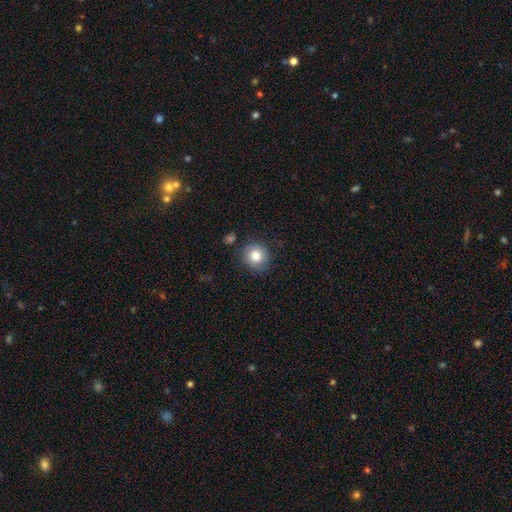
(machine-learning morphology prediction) type=smooth (81%); roundness=round (88%); merging=none (85%).